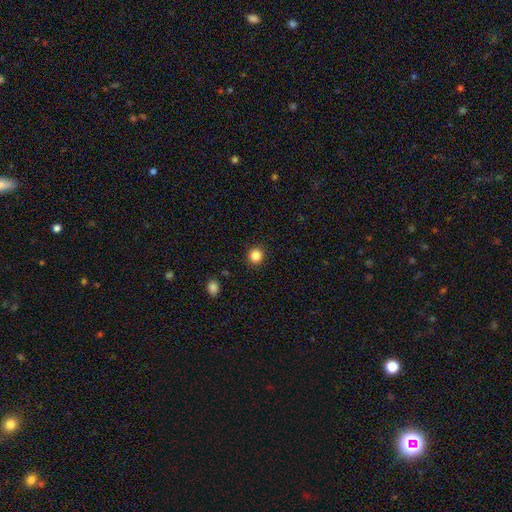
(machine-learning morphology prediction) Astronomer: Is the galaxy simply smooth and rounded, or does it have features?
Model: smooth — 85%.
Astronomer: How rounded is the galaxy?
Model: round — 92%.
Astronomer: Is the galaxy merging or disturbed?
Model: none — 91%.